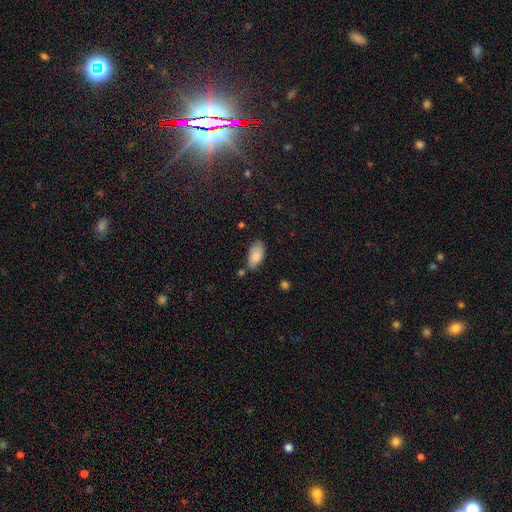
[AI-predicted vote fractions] A smooth galaxy with no disk features (84%) that is in between round and cigar-shaped (93%). Merging: none (68%).